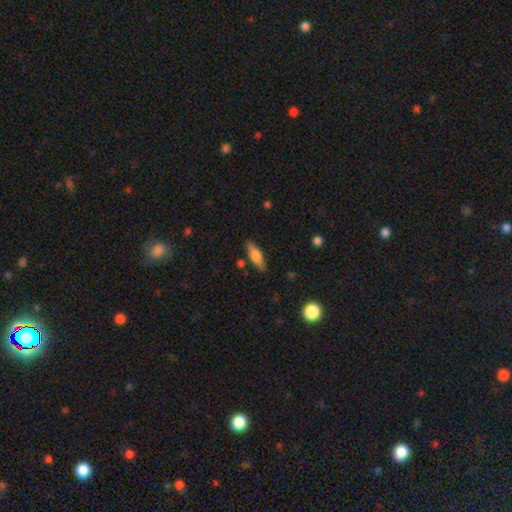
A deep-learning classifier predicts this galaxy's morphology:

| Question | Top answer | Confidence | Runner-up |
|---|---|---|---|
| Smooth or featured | smooth | 58% | featured or disk (35%) |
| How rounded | in between | 51% | cigar-shaped (47%) |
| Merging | none | 84% | minor disturbance (11%) |